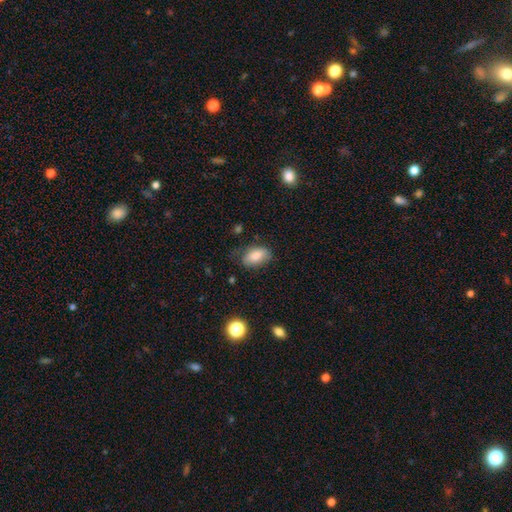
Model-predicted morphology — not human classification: Overall: smooth (82%). How rounded: in between (91%). Merging: none (65%; minor disturbance 26%).